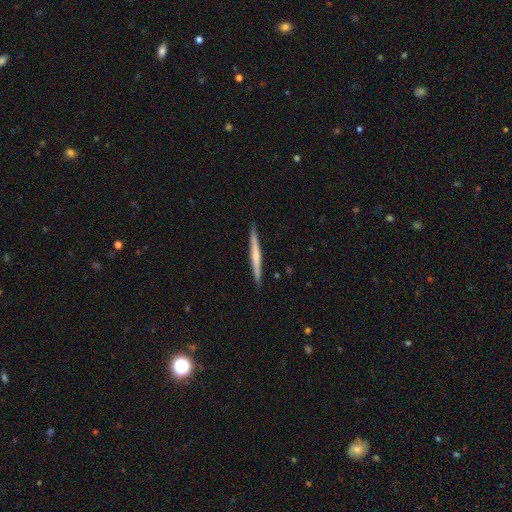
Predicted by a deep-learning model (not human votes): The model was most divided on "edge-on bulge": none: 49%, rounded: 42%, boxy: 9%. More confident: edge-on disk — yes (98%); merging — none (91%); smooth or featured — featured or disk (56%).